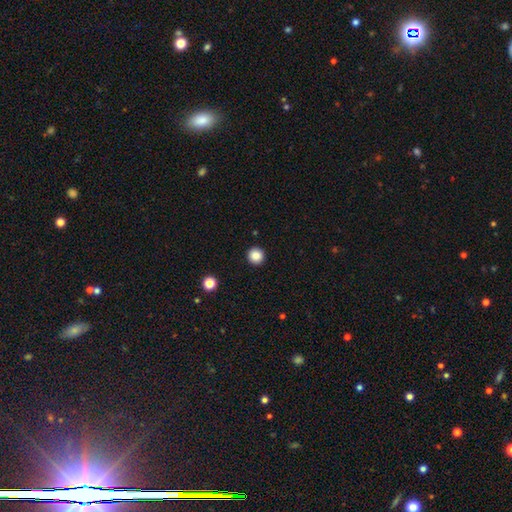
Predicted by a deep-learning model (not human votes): This appears to be a smooth galaxy with no disk features (87%) that is round (95%). Merging: none (93%).